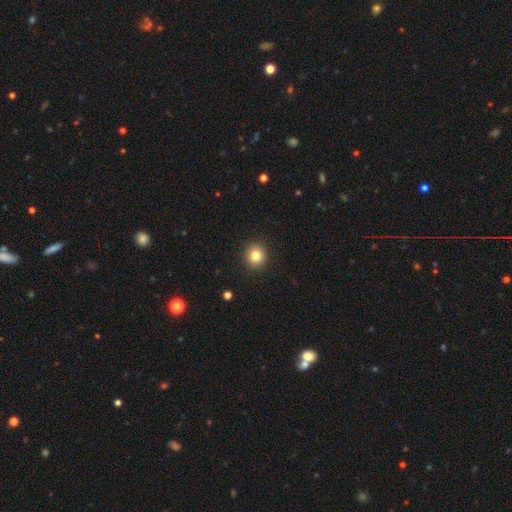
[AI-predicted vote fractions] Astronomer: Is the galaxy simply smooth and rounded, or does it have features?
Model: smooth — 82%.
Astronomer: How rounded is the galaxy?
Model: round — 89%.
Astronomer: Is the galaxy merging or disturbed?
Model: none — 91%.